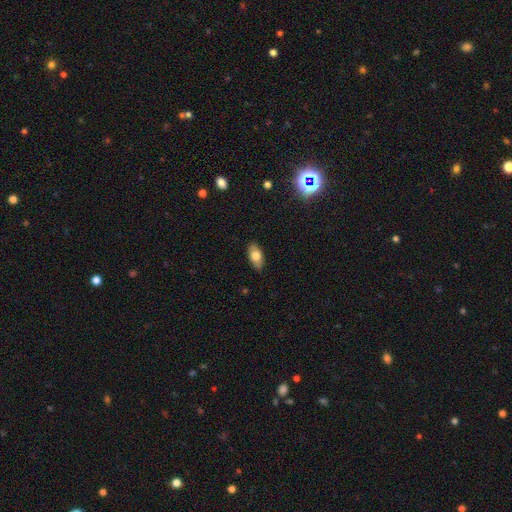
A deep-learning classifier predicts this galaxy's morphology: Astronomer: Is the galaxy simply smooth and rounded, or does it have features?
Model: smooth — 73%.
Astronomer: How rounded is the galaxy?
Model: in between — 91%.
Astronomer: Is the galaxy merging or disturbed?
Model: none — 87%.